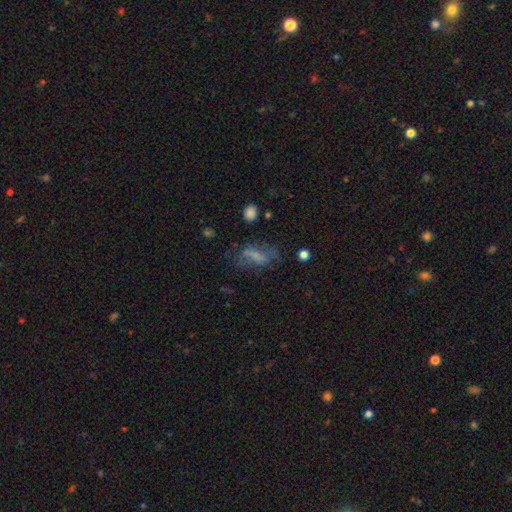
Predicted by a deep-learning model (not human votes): This is possibly a smooth galaxy (49%). Merging: possibly none (48%).